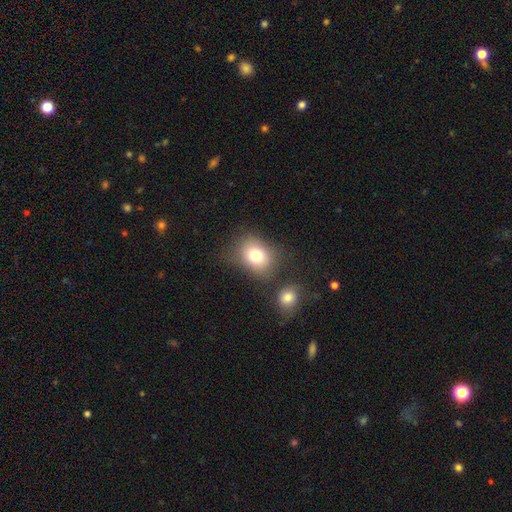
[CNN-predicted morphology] Smooth or featured?
  - smooth: 77% *
  - featured or disk: 12%
  - star or artifact: 11%
How rounded?
  - in between: 54% *
  - round: 45%
  - cigar-shaped: 1%
Merging?
  - none: 65% *
  - minor disturbance: 16%
  - merger: 12%
  - major disturbance: 7%